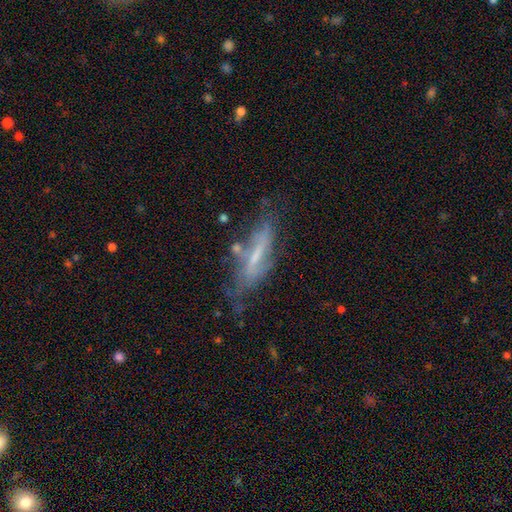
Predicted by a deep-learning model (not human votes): A featured or disk galaxy (62%). Merging: none (52%).